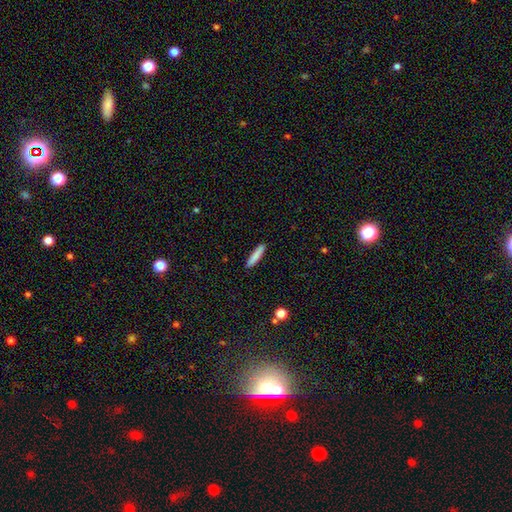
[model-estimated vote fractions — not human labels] Q: Smooth or featured?
A: smooth (83%); runner-up: featured or disk (11%)
Q: How rounded?
A: cigar-shaped (90%); runner-up: in between (9%)
Q: Merging?
A: none (91%); runner-up: minor disturbance (7%)